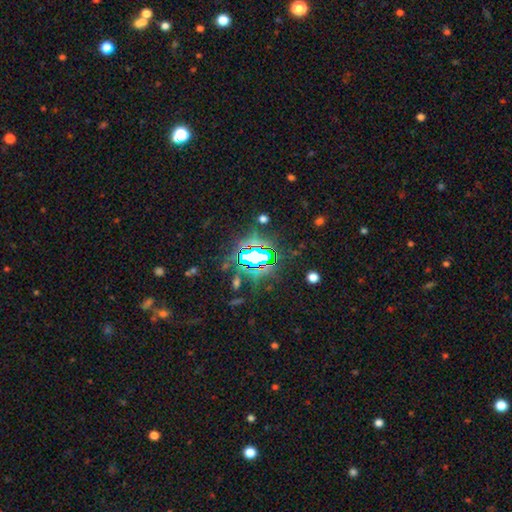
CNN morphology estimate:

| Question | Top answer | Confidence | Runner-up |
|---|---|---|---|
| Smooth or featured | star or artifact | 74% | smooth (14%) |